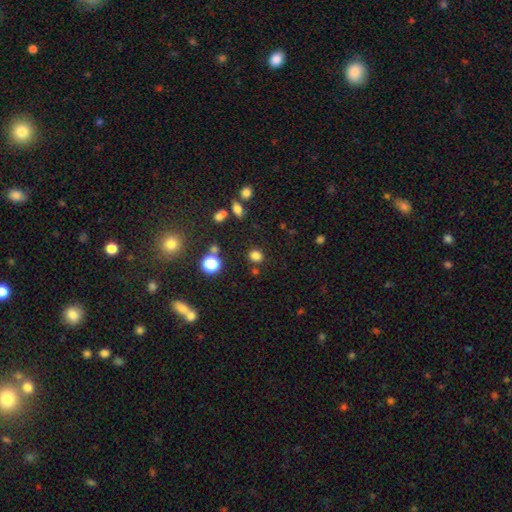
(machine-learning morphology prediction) This is likely a smooth galaxy (78%). How rounded: likely round (72%). Merging: clearly none (82%).